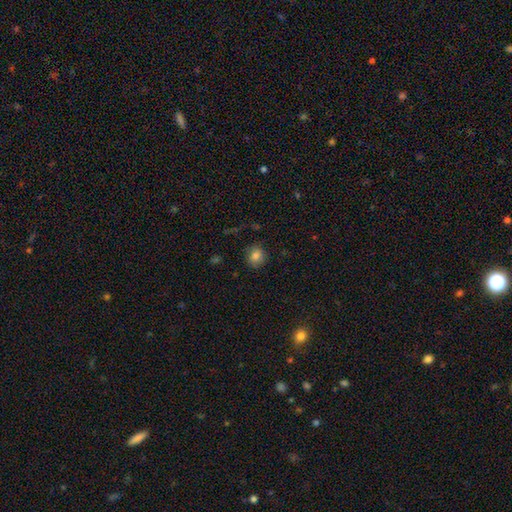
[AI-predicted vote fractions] A smooth galaxy with no disk features (82%) that is round (84%).

Vote fractions:
- Smooth or featured? smooth: 82% / star or artifact: 11% / featured or disk: 7%
- How rounded? round: 84% / in between: 15% / cigar-shaped: 1%
- Merging? none: 86% / minor disturbance: 10% / major disturbance: 3% / merger: 1%